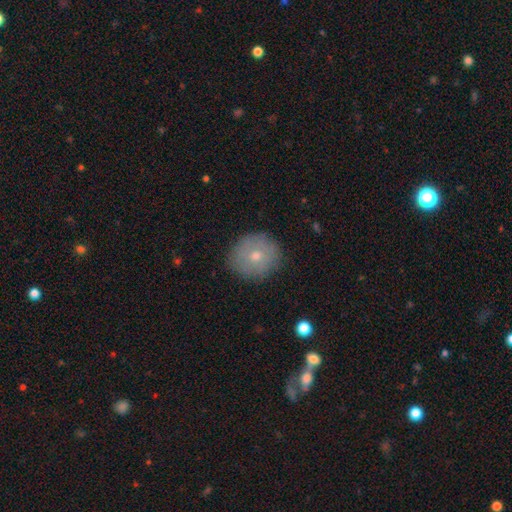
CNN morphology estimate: smooth-or-featured: smooth: 68% | featured or disk: 23% | star or artifact: 9%
  how-rounded: round: 88% | in between: 11% | cigar-shaped: 1%
  merging: none: 85% | minor disturbance: 11% | major disturbance: 3% | merger: 1%